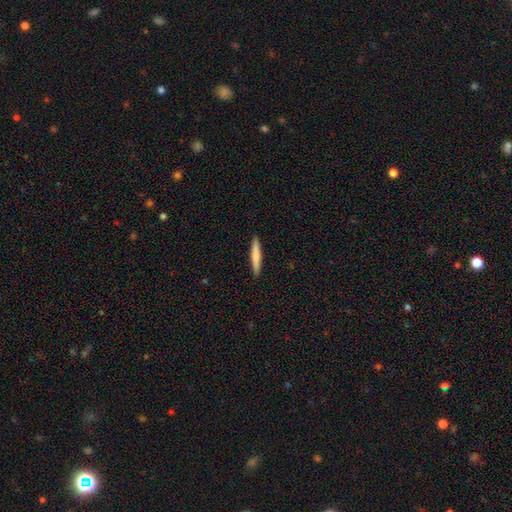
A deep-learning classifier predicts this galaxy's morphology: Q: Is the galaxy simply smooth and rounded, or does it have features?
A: smooth — 70%.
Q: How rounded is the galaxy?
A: cigar-shaped — 94%.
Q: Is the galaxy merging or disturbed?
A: none — 92%.